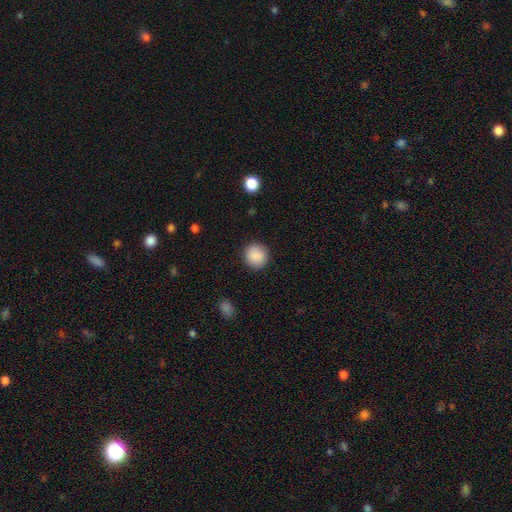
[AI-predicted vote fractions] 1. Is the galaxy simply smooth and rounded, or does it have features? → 89% smooth, 8% star or artifact, 3% featured or disk.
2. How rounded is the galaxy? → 91% round, 8% in between, 1% cigar-shaped.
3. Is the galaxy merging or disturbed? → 91% none, 6% minor disturbance, 2% major disturbance, 1% merger.